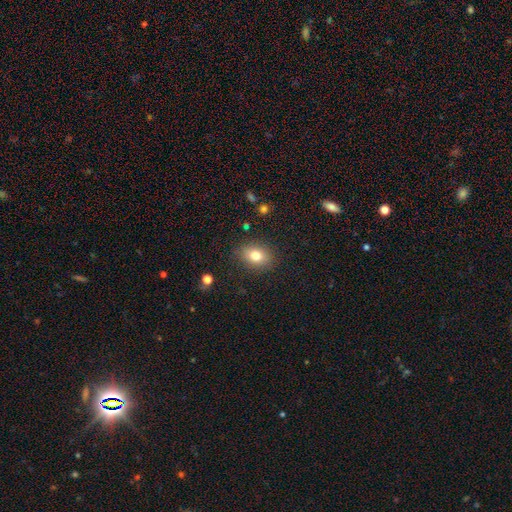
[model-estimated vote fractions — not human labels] Smooth or featured? Predicted: smooth (p=0.78). How rounded? Predicted: in between (p=0.64). Merging? Predicted: none (p=0.85).